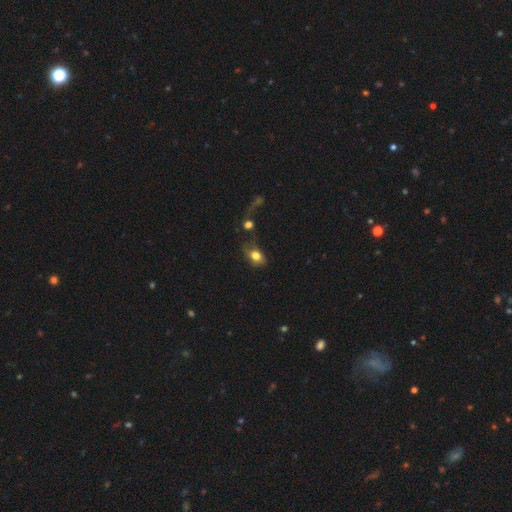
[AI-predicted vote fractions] smooth-or-featured: smooth: 76% | featured or disk: 14% | star or artifact: 10%
  how-rounded: in between: 73% | round: 25% | cigar-shaped: 2%
  merging: none: 42% | minor disturbance: 22% | major disturbance: 18% | merger: 18%